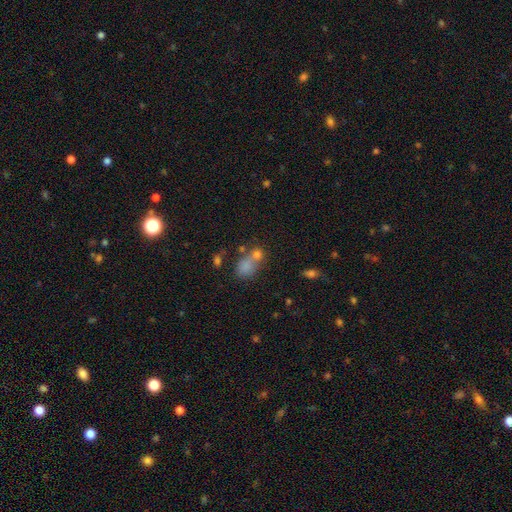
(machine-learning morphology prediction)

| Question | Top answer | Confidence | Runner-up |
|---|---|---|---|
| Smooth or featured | smooth | 64% | star or artifact (24%) |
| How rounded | round | 57% | in between (41%) |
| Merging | merger | 42% | tied: none (42%) |